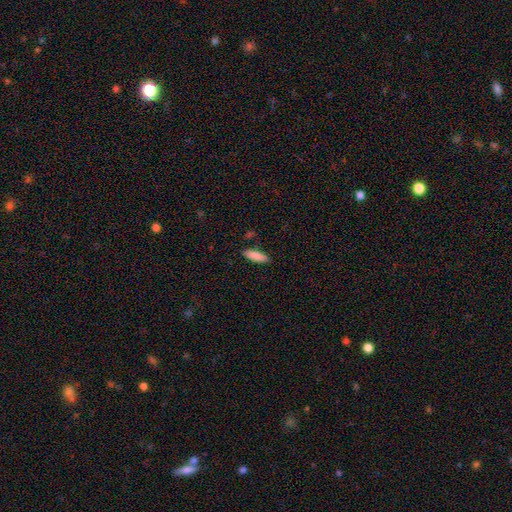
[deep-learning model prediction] A smooth galaxy with no disk features (87%) that is cigar-shaped (51%).

Vote fractions:
- Smooth or featured? smooth: 87% / featured or disk: 6% / star or artifact: 6%
- How rounded? cigar-shaped: 51% / in between: 47% / round: 2%
- Merging? none: 86% / minor disturbance: 10% / merger: 2% / major disturbance: 2%